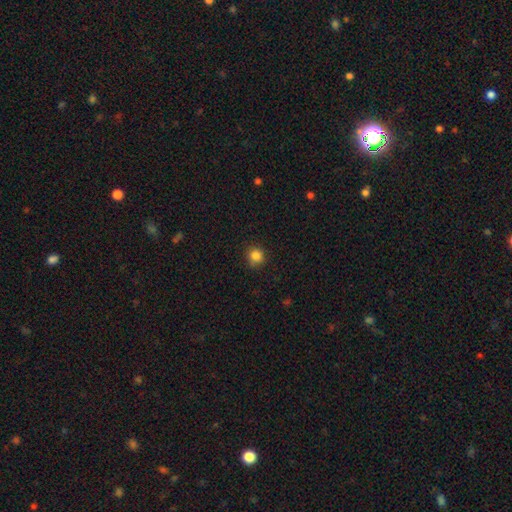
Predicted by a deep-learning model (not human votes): Smooth or featured?
  - smooth: 85% *
  - star or artifact: 12%
  - featured or disk: 4%
How rounded?
  - round: 91% *
  - in between: 8%
  - cigar-shaped: 1%
Merging?
  - none: 85% *
  - minor disturbance: 11%
  - major disturbance: 2%
  - merger: 1%